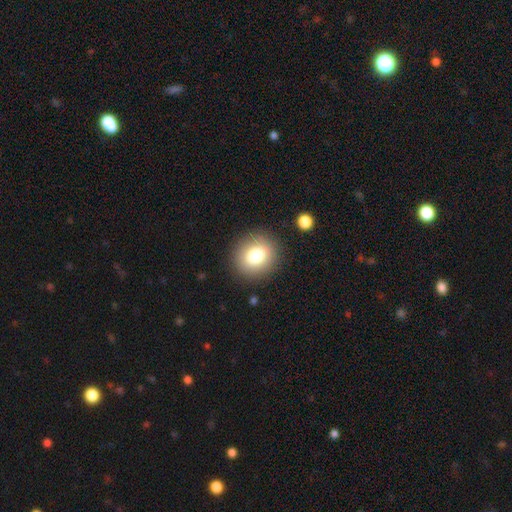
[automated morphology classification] Q: Smooth or featured?
A: smooth (79%); runner-up: featured or disk (11%)
Q: How rounded?
A: round (81%); runner-up: in between (18%)
Q: Merging?
A: none (87%); runner-up: minor disturbance (8%)